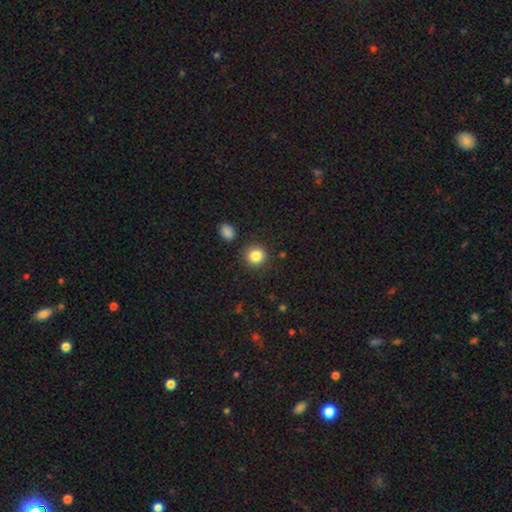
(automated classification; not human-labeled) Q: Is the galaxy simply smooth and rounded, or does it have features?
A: smooth — 85%.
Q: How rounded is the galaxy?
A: round — 92%.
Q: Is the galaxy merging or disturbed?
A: none — 88%.